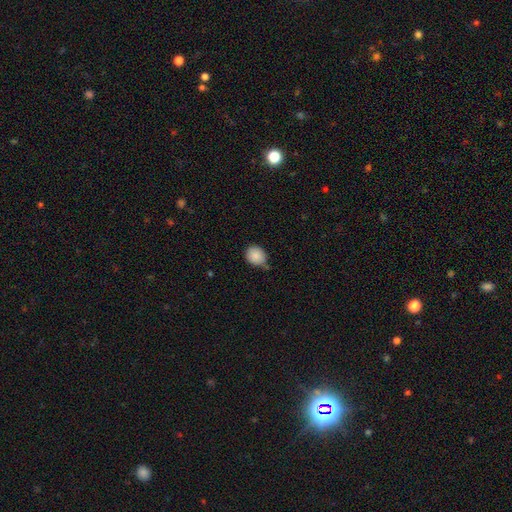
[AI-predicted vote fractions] This appears to be a smooth galaxy with no disk features (88%) that is round (66%). Merging: none (67%).